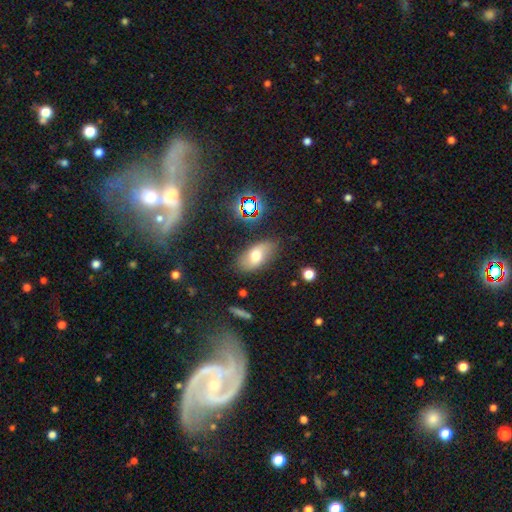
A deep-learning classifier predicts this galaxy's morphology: type=smooth (63%); roundness=in between (91%); merging=none (77%).